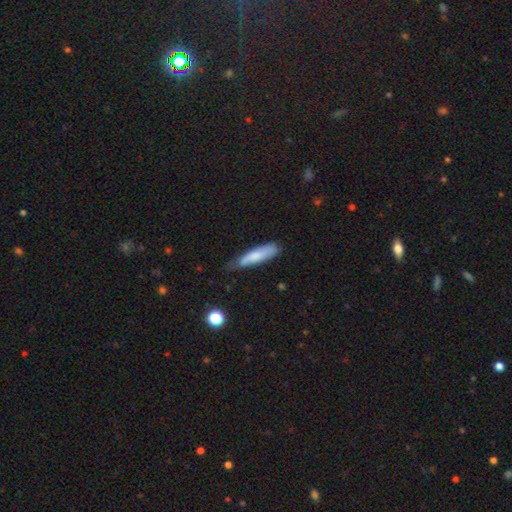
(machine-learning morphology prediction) Overall: smooth (74%). How rounded: cigar-shaped (79%). Merging: none (57%; minor disturbance 34%).